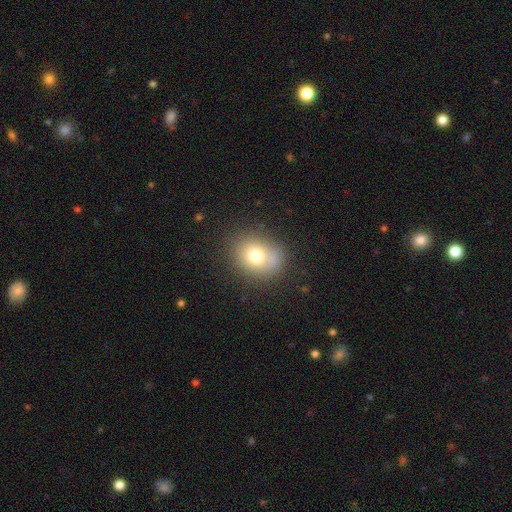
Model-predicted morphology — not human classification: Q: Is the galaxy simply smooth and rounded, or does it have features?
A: smooth — 73%.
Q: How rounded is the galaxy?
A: round — 56%.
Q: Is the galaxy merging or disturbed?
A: none — 71%.